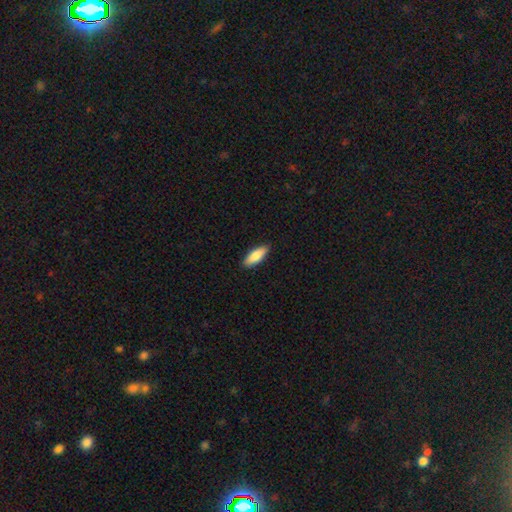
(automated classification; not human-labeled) smooth-or-featured: smooth: 84% | featured or disk: 11% | star or artifact: 5%
  how-rounded: in between: 64% | cigar-shaped: 34% | round: 2%
  merging: none: 88% | minor disturbance: 9% | major disturbance: 2% | merger: 1%